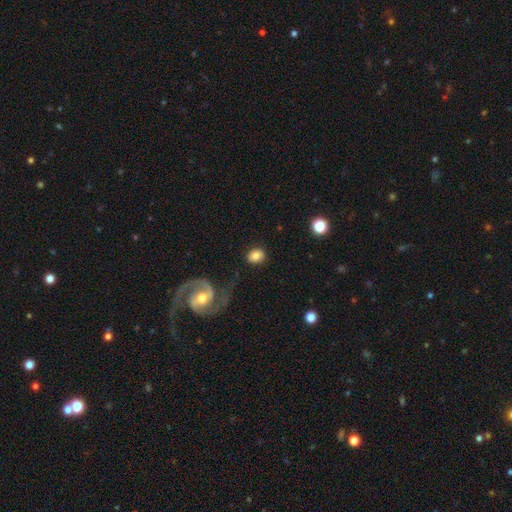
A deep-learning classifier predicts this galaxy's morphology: smooth_or_featured: smooth (p=0.76) [alt: featured or disk p=0.16]
how_rounded: round (p=0.59) [alt: in between p=0.40]
merging: none (p=0.80) [alt: minor disturbance p=0.11]